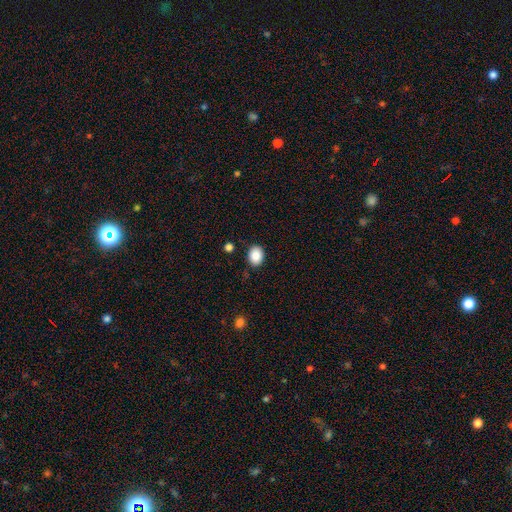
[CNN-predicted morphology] A smooth galaxy with no disk features (88%) that is in between round and cigar-shaped (57%).

Vote fractions:
- Smooth or featured? smooth: 88% / star or artifact: 8% / featured or disk: 4%
- How rounded? in between: 57% / round: 42% / cigar-shaped: 1%
- Merging? none: 87% / minor disturbance: 9% / major disturbance: 2% / merger: 2%